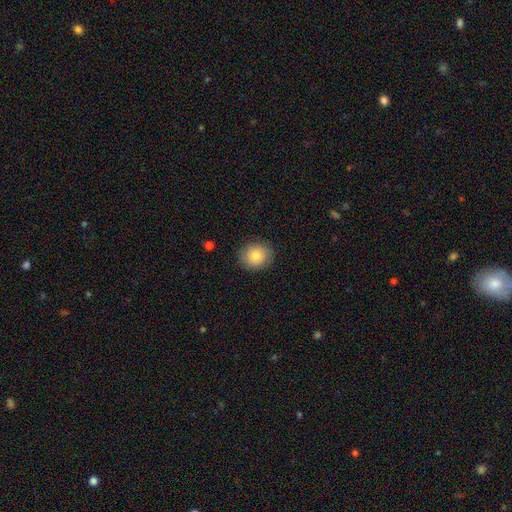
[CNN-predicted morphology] The model was most divided on "how rounded": round: 75%, in between: 24%, cigar-shaped: 1%. More confident: merging — none (85%); smooth or featured — smooth (81%).